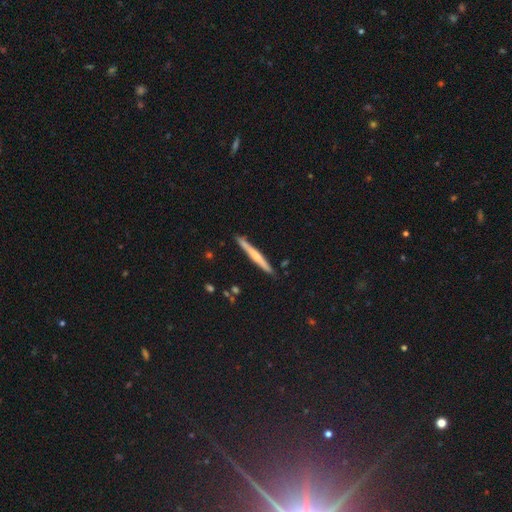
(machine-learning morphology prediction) smooth_or_featured: smooth (p=0.47) [tied with: featured or disk p=0.47]
merging: none (p=0.89) [alt: minor disturbance p=0.08]